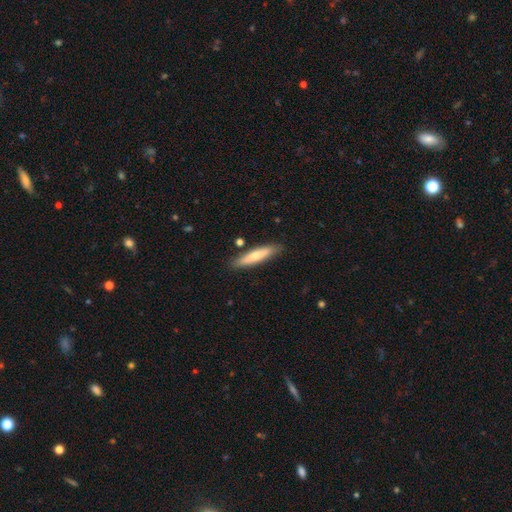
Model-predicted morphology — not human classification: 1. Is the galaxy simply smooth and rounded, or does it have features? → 67% smooth, 28% featured or disk, 6% star or artifact.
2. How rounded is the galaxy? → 85% cigar-shaped, 14% in between, 1% round.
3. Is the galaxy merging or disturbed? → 85% none, 10% minor disturbance, 3% merger, 2% major disturbance.